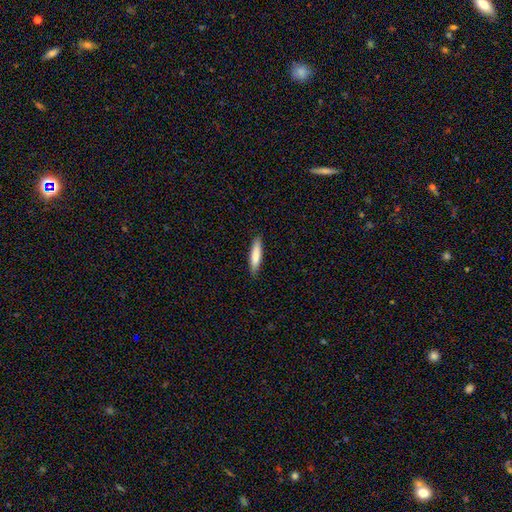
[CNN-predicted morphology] This is clearly a smooth galaxy (80%). How rounded: clearly cigar-shaped (83%). Merging: clearly none (89%).